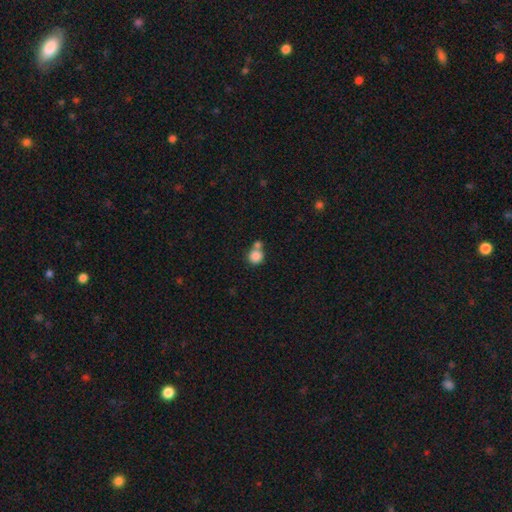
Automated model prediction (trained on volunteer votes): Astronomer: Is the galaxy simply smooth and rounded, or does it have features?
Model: smooth — 84%.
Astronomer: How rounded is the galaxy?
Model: round — 90%.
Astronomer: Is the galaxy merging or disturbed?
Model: none — 48% (runner-up: merger, 41%).